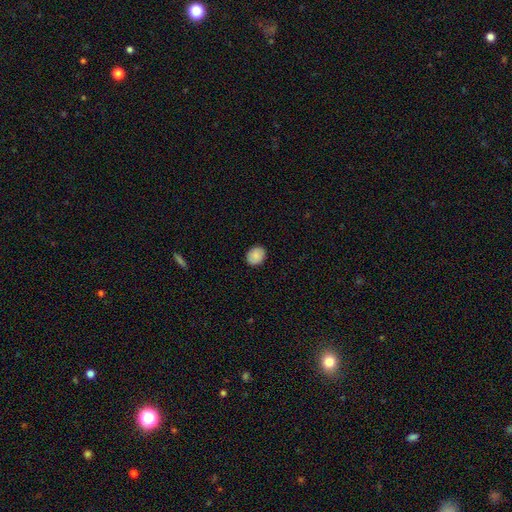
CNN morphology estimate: Smooth or featured? smooth (86%)
How rounded? round (54%)
Merging? none (89%)